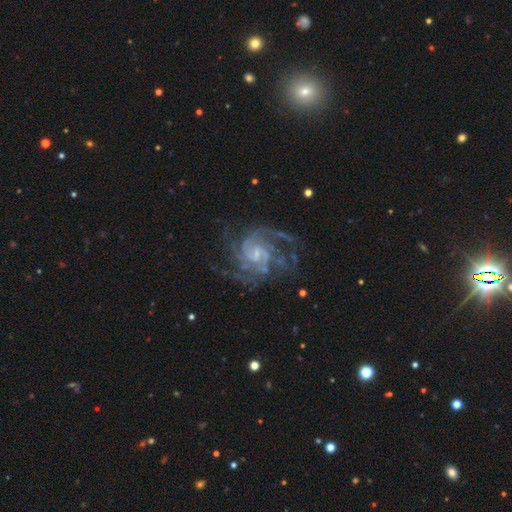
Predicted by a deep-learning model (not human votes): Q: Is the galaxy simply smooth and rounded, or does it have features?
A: featured or disk — 86%.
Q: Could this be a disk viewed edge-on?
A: no — 98%.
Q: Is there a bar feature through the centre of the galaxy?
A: no — 56%.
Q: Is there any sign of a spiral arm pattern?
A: yes — 97%.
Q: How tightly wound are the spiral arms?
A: medium — 45%.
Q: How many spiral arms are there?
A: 3 — 25%.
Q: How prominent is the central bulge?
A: small — 59%.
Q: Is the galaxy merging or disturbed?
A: none — 70%.